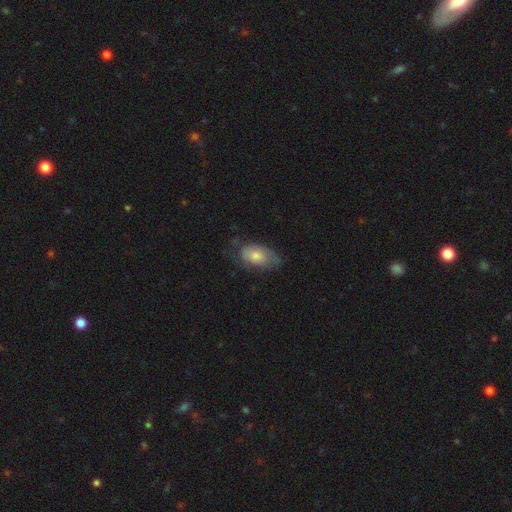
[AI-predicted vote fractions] Q: Smooth or featured?
A: smooth (56%); runner-up: featured or disk (37%)
Q: How rounded?
A: in between (89%); runner-up: round (8%)
Q: Merging?
A: none (54%); runner-up: minor disturbance (30%)